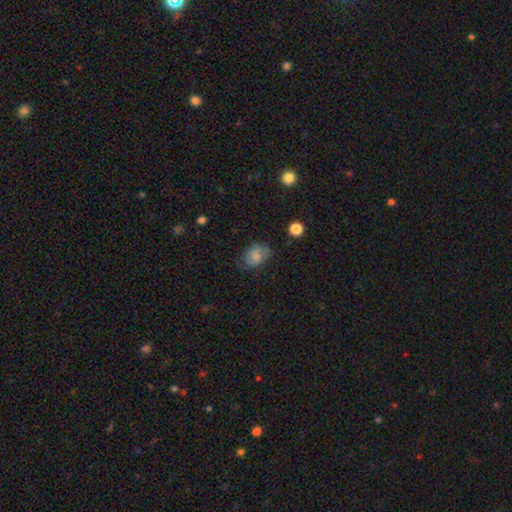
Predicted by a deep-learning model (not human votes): smooth 72%, featured or disk 17%, star or artifact 11%. Down the decision tree: how rounded — in between (65%); merging — none (56%).